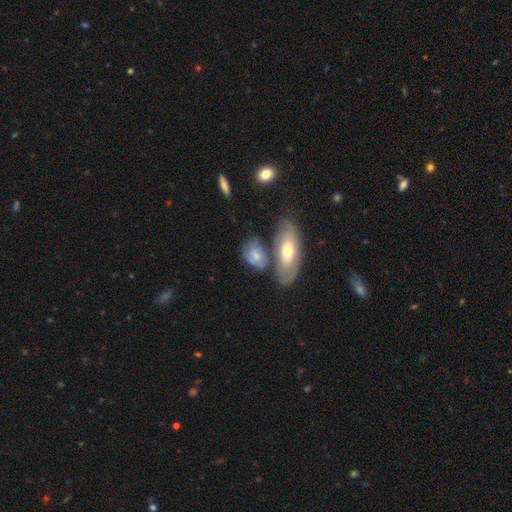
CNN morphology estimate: This is likely a smooth galaxy (62%). How rounded: likely in between (78%). Merging: possibly none (46%).